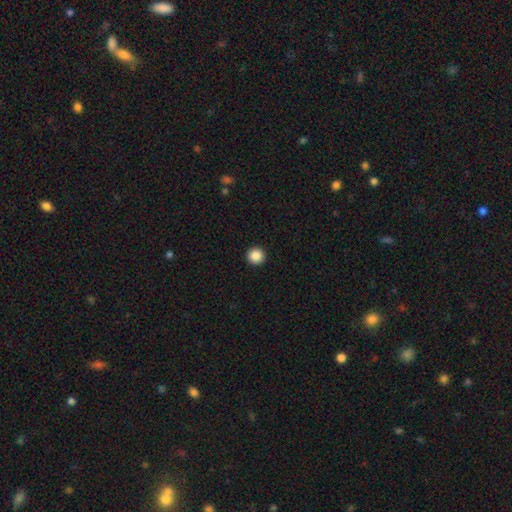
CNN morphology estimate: This appears to be a smooth galaxy with no disk features (87%) that is round (96%). Merging: none (94%).